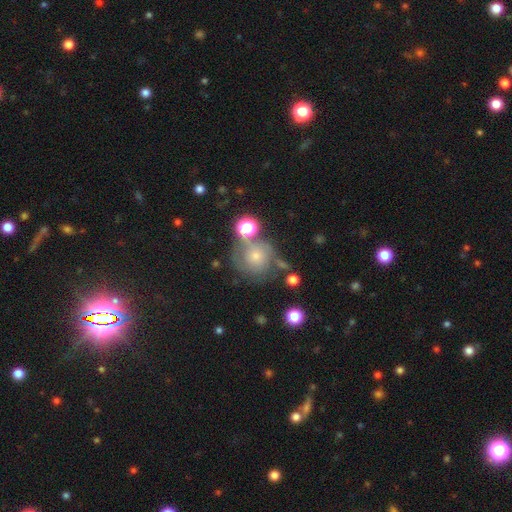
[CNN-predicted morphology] smooth-or-featured: featured or disk: 51% | smooth: 30% | star or artifact: 19%
  disk-edge-on: no: 97% | yes: 3%
  merging: none: 62% | minor disturbance: 16% | merger: 13% | major disturbance: 9%